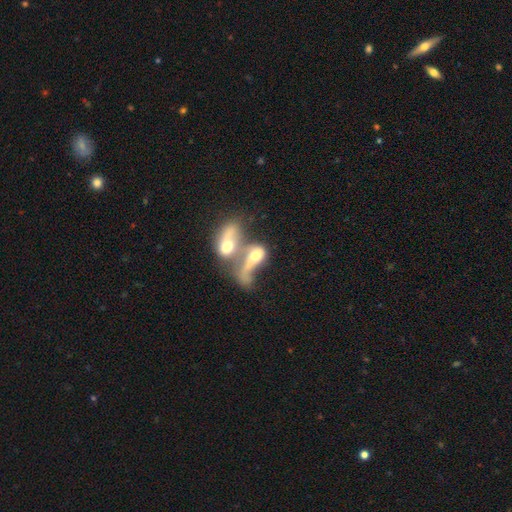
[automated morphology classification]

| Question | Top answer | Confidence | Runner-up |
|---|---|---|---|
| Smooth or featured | smooth | 52% | featured or disk (39%) |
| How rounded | in between | 69% | round (22%) |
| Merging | merger | 78% | major disturbance (13%) |